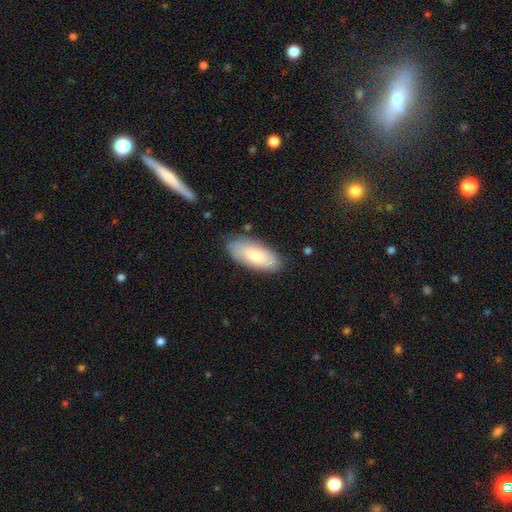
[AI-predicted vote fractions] smooth 75%, featured or disk 19%, star or artifact 6%. Down the decision tree: how rounded — in between (87%); merging — none (80%).